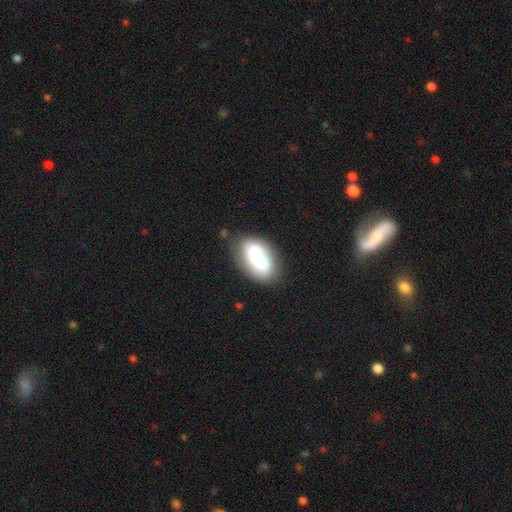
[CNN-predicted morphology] Smooth or featured: smooth — 54% (featured or disk — 38%)
How rounded: in between — 85% (round — 10%)
Merging: none — 58% (minor disturbance — 22%)